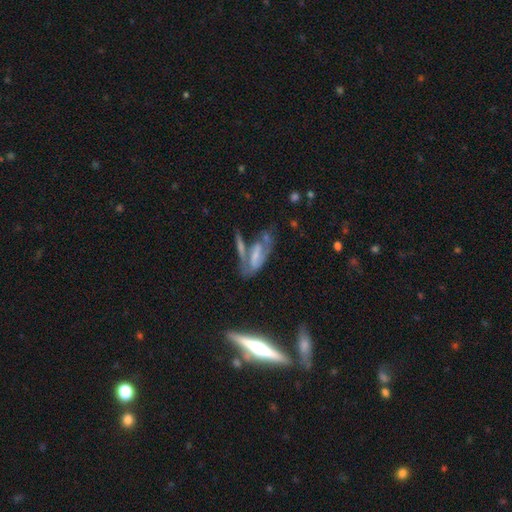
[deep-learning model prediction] Smooth or featured: featured or disk — 55% (smooth — 36%)
Edge-on disk: no — 82% (yes — 18%)
Merging: none — 34% (merger — 31%)